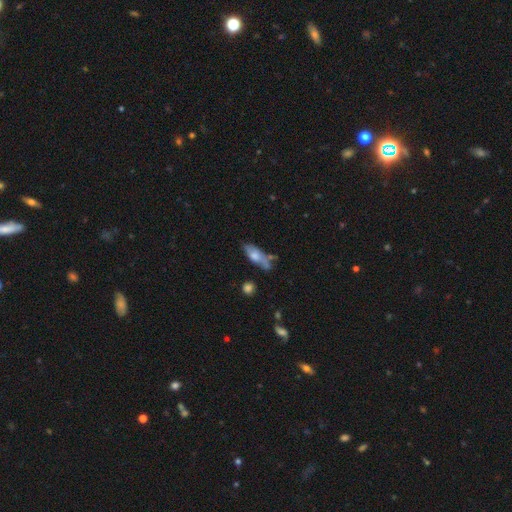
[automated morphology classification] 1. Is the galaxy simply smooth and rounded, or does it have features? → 60% smooth, 32% featured or disk, 7% star or artifact.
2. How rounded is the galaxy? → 65% in between, 32% cigar-shaped, 3% round.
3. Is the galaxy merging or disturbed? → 48% none, 28% minor disturbance, 12% merger, 11% major disturbance.